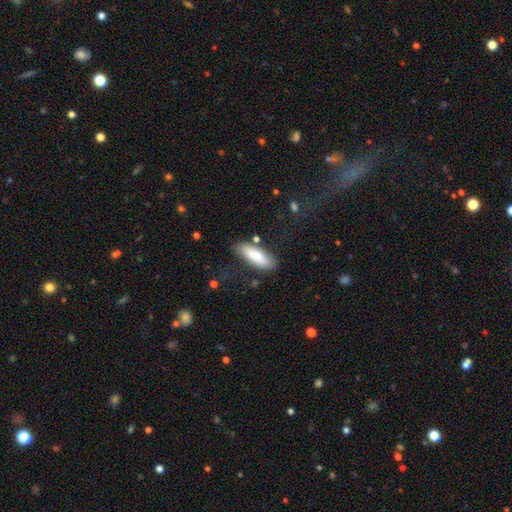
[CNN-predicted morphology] Q: Smooth or featured?
A: smooth (83%); runner-up: featured or disk (11%)
Q: How rounded?
A: in between (55%); runner-up: cigar-shaped (43%)
Q: Merging?
A: none (78%); runner-up: minor disturbance (15%)